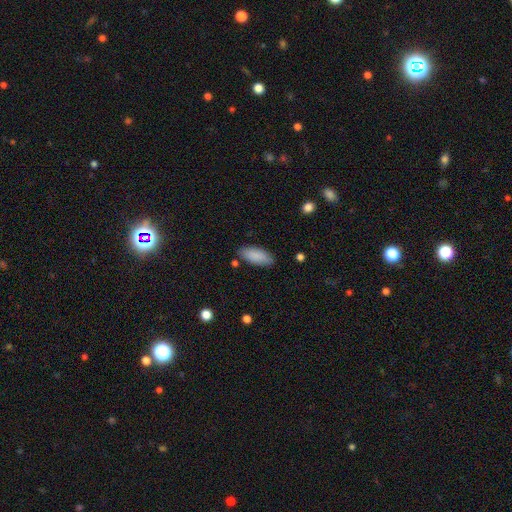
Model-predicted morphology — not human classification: smooth_or_featured: smooth (p=0.88) [alt: star or artifact p=0.06]
how_rounded: in between (p=0.83) [alt: cigar-shaped p=0.15]
merging: none (p=0.83) [alt: minor disturbance p=0.13]